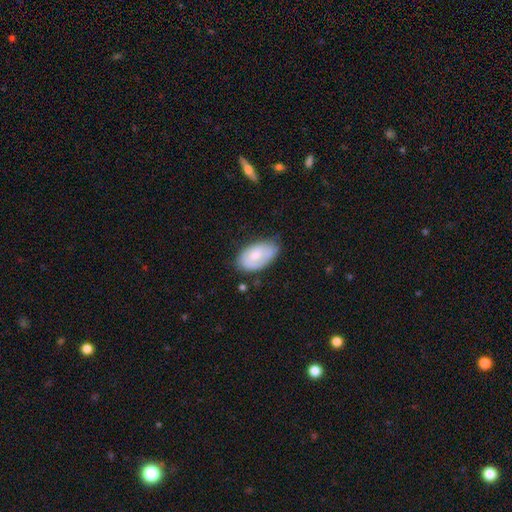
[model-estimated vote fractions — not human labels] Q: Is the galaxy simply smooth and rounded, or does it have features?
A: smooth — 60%.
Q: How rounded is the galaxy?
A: in between — 93%.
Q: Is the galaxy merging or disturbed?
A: none — 61%.